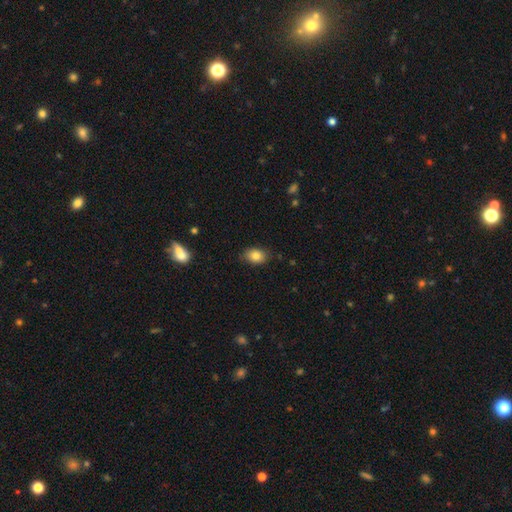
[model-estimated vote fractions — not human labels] Morphology: type=smooth (84%); roundness=in between (77%); merging=none (81%).